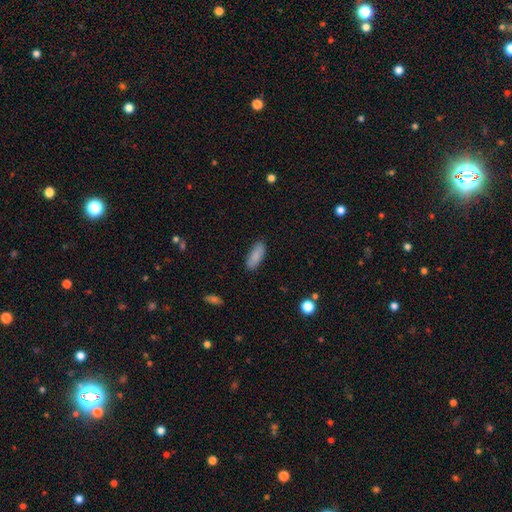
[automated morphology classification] Q: Smooth or featured?
A: smooth (88%); runner-up: star or artifact (7%)
Q: How rounded?
A: in between (75%); runner-up: cigar-shaped (23%)
Q: Merging?
A: none (86%); runner-up: minor disturbance (10%)